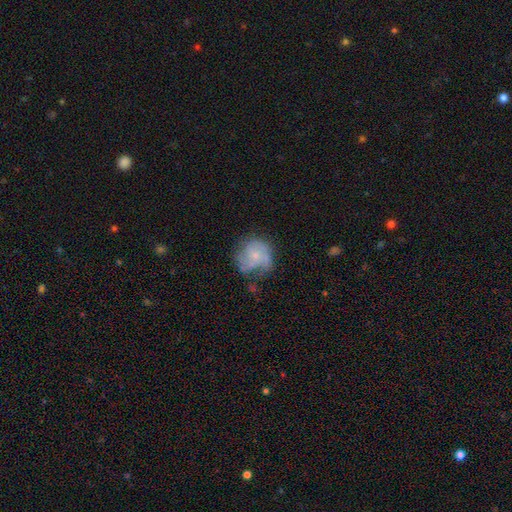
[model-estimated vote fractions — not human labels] Q: Smooth or featured?
A: featured or disk (52%); runner-up: smooth (39%)
Q: Edge-on disk?
A: no (98%); runner-up: yes (2%)
Q: Bar?
A: no (81%); runner-up: weak (17%)
Q: Spiral arms?
A: yes (64%); runner-up: no (36%)
Q: Bulge size?
A: small (66%); runner-up: moderate (21%)
Q: Merging?
A: none (45%); runner-up: minor disturbance (29%)